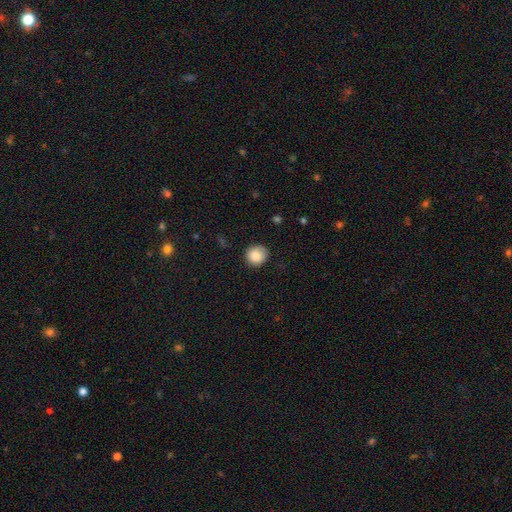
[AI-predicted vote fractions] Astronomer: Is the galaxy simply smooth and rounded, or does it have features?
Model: smooth — 86%.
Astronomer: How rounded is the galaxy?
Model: round — 90%.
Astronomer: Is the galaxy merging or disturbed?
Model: none — 83%.